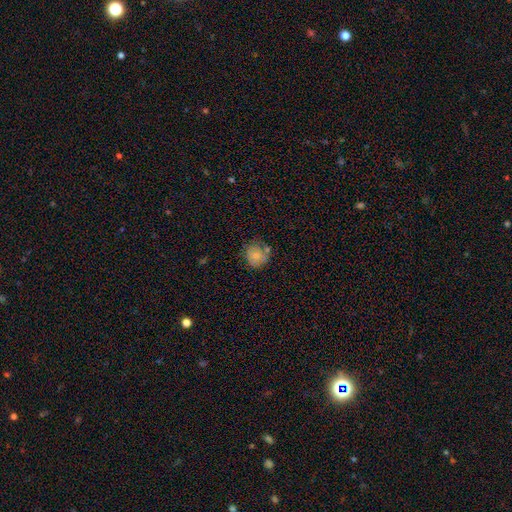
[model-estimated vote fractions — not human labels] This appears to be a smooth galaxy with no disk features (79%) that is round (85%). Merging: none (62%).